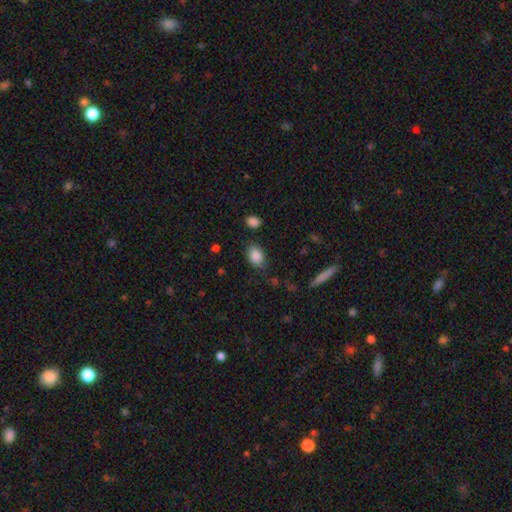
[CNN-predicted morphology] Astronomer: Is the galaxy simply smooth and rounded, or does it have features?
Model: smooth — 87%.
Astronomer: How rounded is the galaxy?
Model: in between — 76%.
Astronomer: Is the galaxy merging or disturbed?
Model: none — 75%.